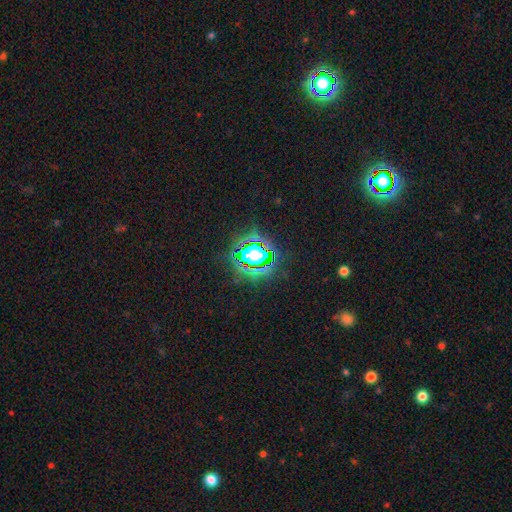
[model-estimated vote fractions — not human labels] Smooth or featured?
  - star or artifact: 65% *
  - smooth: 23%
  - featured or disk: 11%